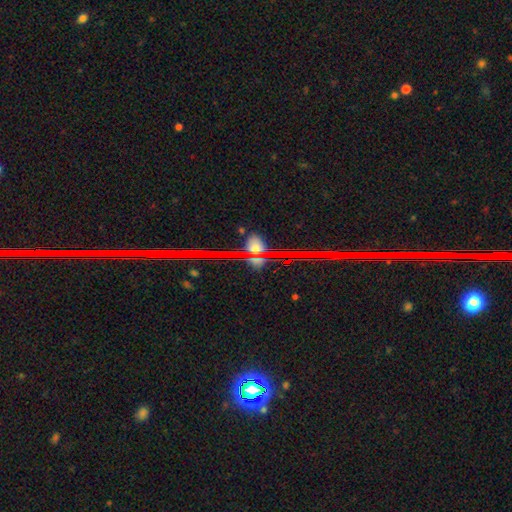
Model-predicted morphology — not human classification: This appears to be a star or artifact, not a galaxy (80%).